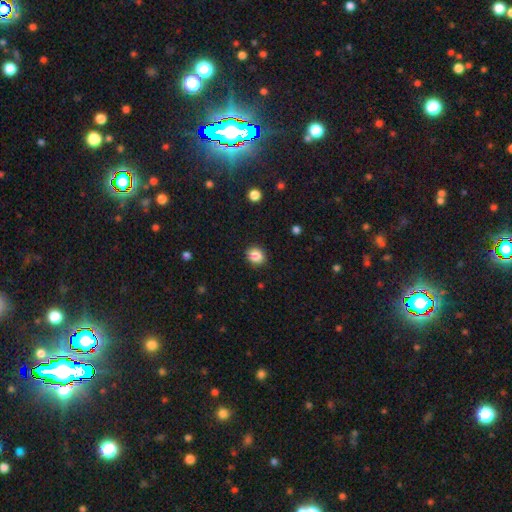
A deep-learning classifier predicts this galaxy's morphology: A smooth galaxy with no disk features (87%) that is round (66%).

Vote fractions:
- Smooth or featured? smooth: 87% / star or artifact: 9% / featured or disk: 4%
- How rounded? round: 66% / in between: 33% / cigar-shaped: 1%
- Merging? none: 83% / minor disturbance: 13% / major disturbance: 3% / merger: 1%